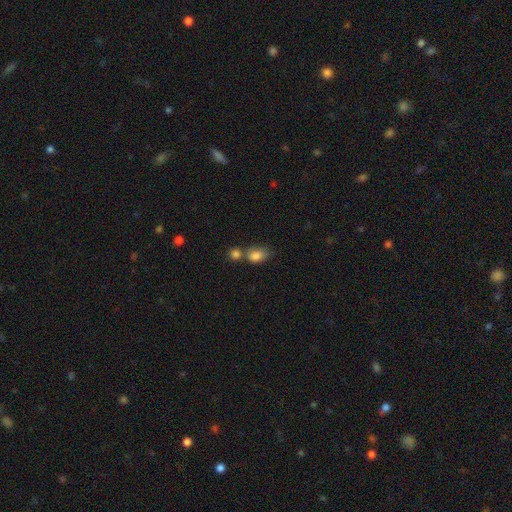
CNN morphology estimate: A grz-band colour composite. It shows a smooth galaxy with no disk features (84%) that is in between round and cigar-shaped (79%). Merging: merger (44%).